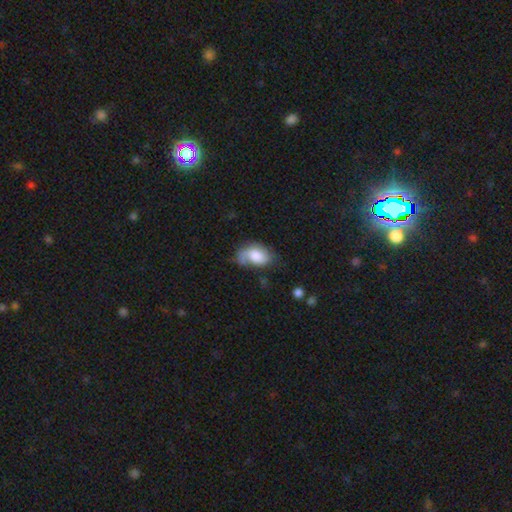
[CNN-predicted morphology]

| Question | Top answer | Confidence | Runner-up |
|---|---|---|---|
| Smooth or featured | smooth | 58% | featured or disk (35%) |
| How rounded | in between | 89% | round (10%) |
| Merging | none | 41% | minor disturbance (31%) |